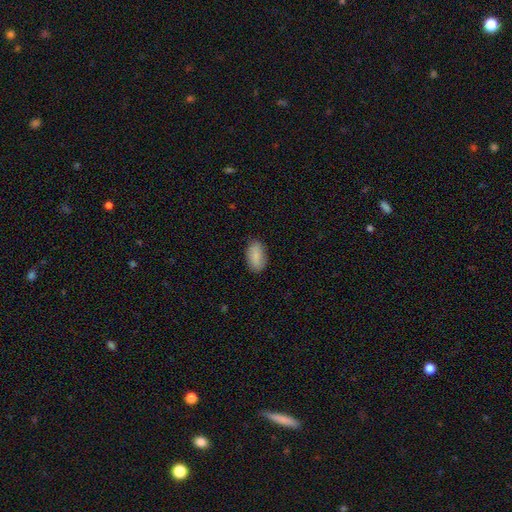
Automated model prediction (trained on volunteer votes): Smooth or featured? smooth (86%)
How rounded? in between (93%)
Merging? none (85%)